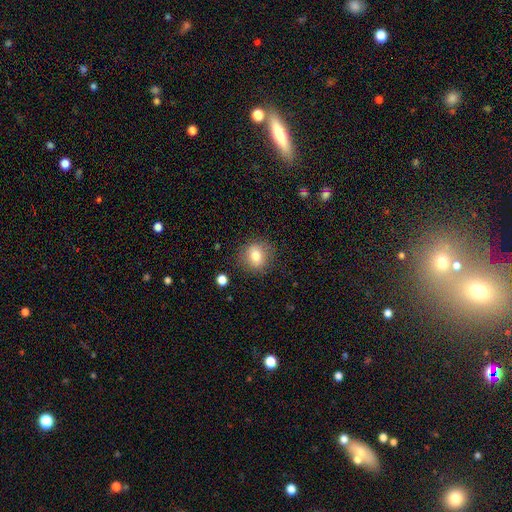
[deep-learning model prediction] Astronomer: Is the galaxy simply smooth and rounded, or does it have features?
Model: smooth — 76%.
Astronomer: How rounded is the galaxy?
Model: round — 77%.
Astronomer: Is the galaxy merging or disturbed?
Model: none — 84%.